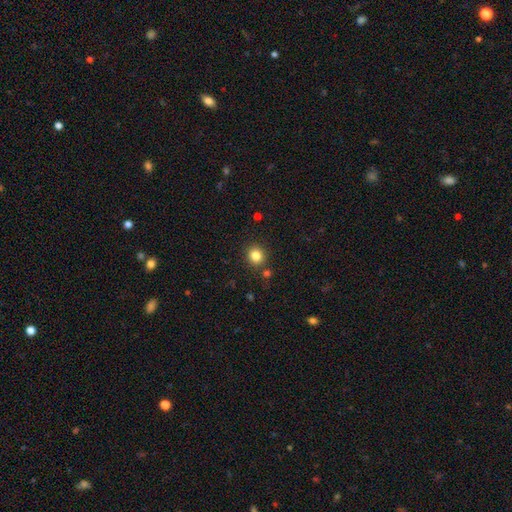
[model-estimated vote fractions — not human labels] Morphology: type=smooth (82%); roundness=round (89%); merging=none (86%).